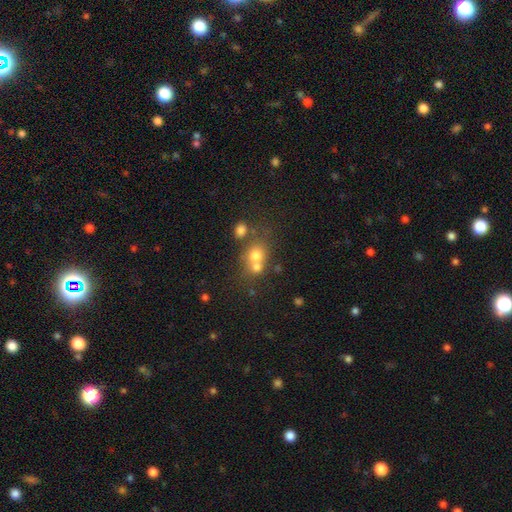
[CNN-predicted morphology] Smooth or featured: smooth — 68% (featured or disk — 17%)
How rounded: round — 72% (in between — 27%)
Merging: merger — 51% (none — 37%)